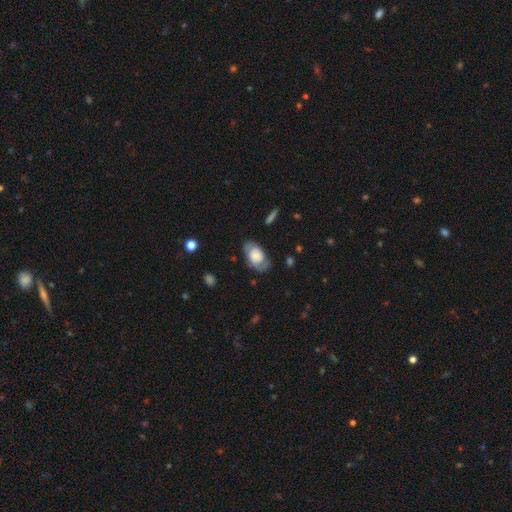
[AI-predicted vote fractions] A featured or disk galaxy (55%) with no bar (73%), spiral arms (78%) and a large central bulge (35%).

Vote fractions:
- Smooth or featured? featured or disk: 55% / smooth: 38% / star or artifact: 7%
- Edge-on disk? no: 94% / yes: 6%
- Bar? no: 73% / weak: 22% / strong: 5%
- Spiral arms? yes: 78% / no: 22%
- Bulge size? large: 35% / moderate: 25% / small: 22% / none: 11% / dominant: 7%
- Merging? none: 67% / minor disturbance: 21% / major disturbance: 10% / merger: 2%